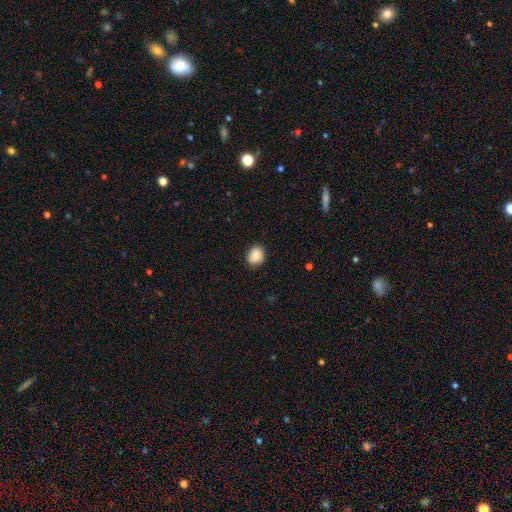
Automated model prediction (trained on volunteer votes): This appears to be a smooth galaxy with no disk features (83%) that is round (69%). Merging: none (86%).